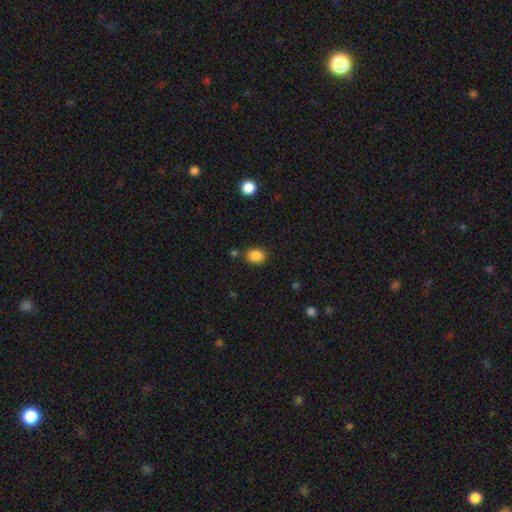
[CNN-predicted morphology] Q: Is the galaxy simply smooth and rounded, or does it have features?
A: smooth — 86%.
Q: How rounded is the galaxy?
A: in between — 62%.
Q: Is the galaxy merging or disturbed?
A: none — 79%.